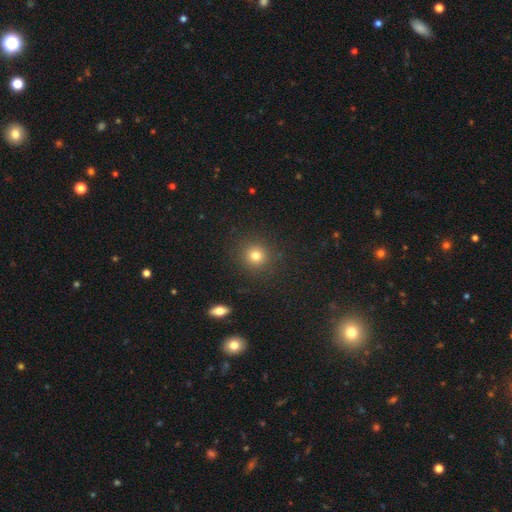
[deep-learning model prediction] Smooth or featured: smooth — 80% (star or artifact — 14%)
How rounded: round — 91% (in between — 8%)
Merging: none — 89% (minor disturbance — 6%)